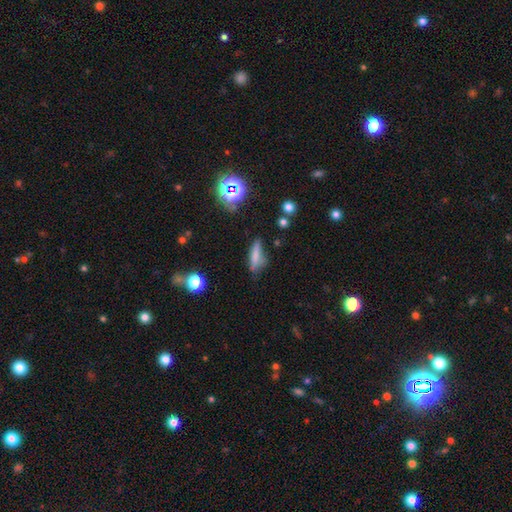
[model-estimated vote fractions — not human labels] This is likely a smooth galaxy (65%). How rounded: likely cigar-shaped (66%). Merging: likely none (62%).